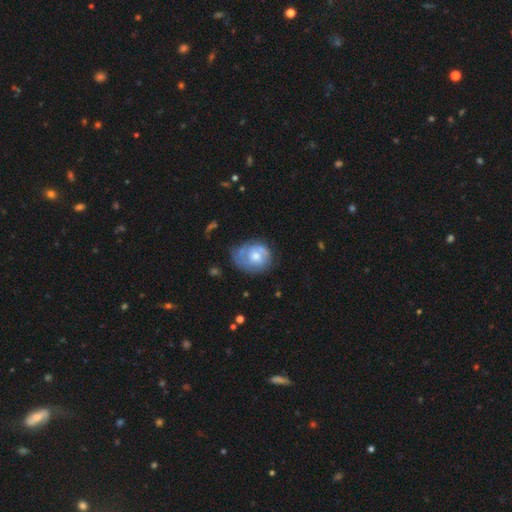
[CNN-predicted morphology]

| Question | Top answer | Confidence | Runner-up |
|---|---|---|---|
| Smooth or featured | featured or disk | 62% | smooth (31%) |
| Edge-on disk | no | 97% | yes (3%) |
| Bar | no | 74% | weak (23%) |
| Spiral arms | yes | 76% | no (24%) |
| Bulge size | moderate | 59% | small (33%) |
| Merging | none | 56% | minor disturbance (27%) |